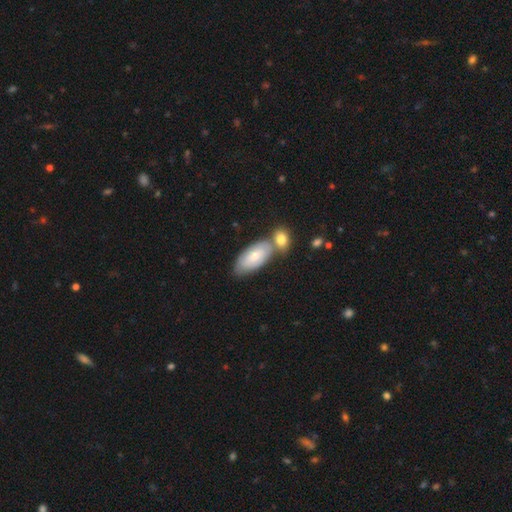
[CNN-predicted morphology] A smooth galaxy with no disk features (61%) that is in between round and cigar-shaped (89%).

Vote fractions:
- Smooth or featured? smooth: 61% / featured or disk: 33% / star or artifact: 6%
- How rounded? in between: 89% / cigar-shaped: 8% / round: 3%
- Merging? none: 46% / merger: 37% / minor disturbance: 13% / major disturbance: 4%